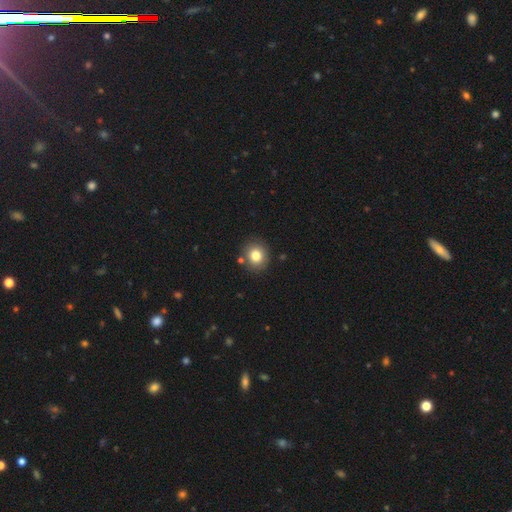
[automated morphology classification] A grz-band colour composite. It shows a smooth galaxy with no disk features (80%) that is round (81%). Merging: none (84%).